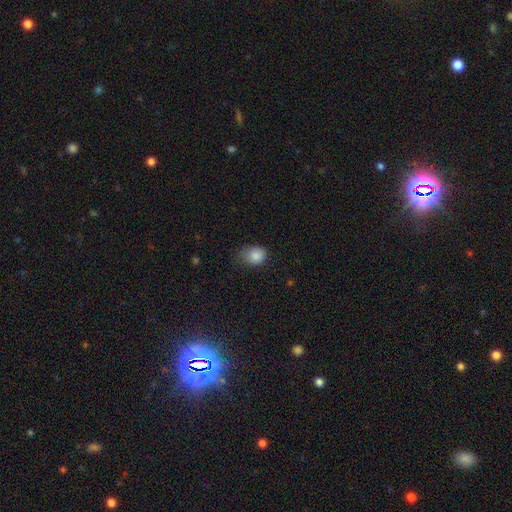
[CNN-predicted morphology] Q: Smooth or featured?
A: smooth (86%); runner-up: star or artifact (10%)
Q: How rounded?
A: in between (54%); runner-up: round (45%)
Q: Merging?
A: none (48%); runner-up: minor disturbance (38%)